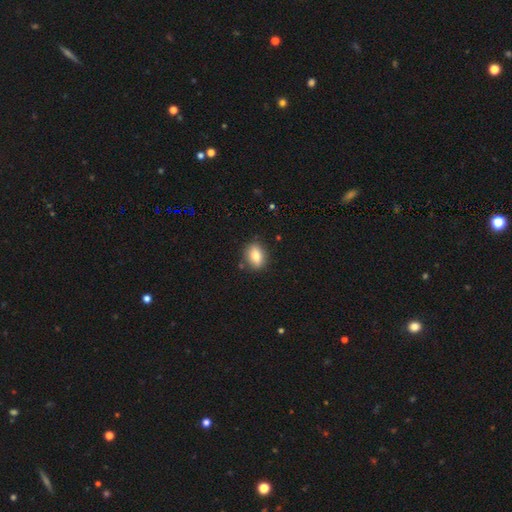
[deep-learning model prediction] Smooth or featured: smooth — 76% (featured or disk — 16%)
How rounded: in between — 70% (round — 26%)
Merging: none — 84% (minor disturbance — 11%)